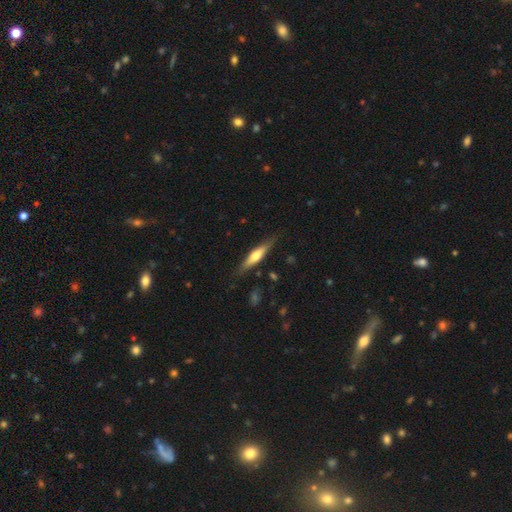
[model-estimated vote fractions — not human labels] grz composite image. It shows a featured or disk galaxy (48%). Merging: none (83%).